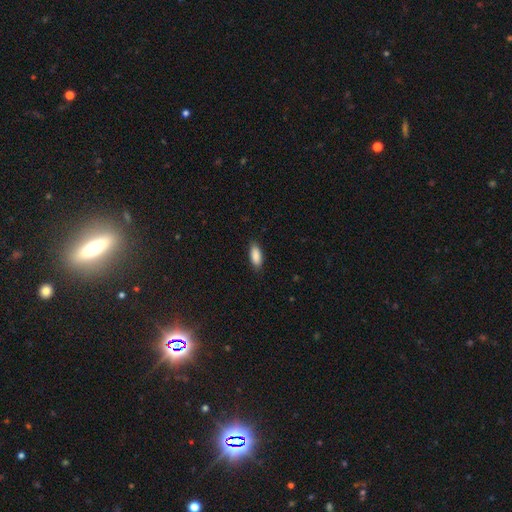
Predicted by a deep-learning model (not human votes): Smooth or featured?
  - smooth: 88% *
  - star or artifact: 6%
  - featured or disk: 5%
How rounded?
  - in between: 80% *
  - cigar-shaped: 18%
  - round: 2%
Merging?
  - none: 85% *
  - minor disturbance: 11%
  - major disturbance: 2%
  - merger: 1%